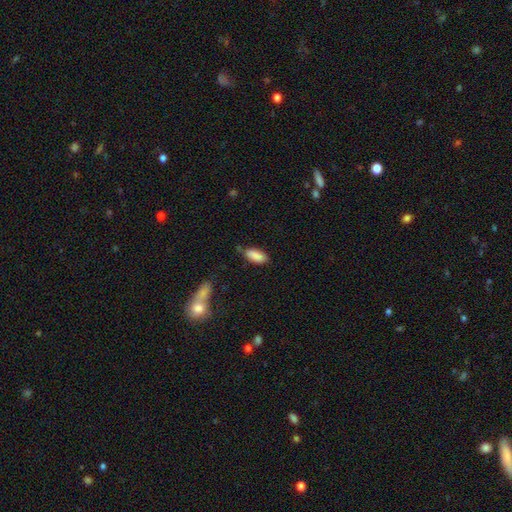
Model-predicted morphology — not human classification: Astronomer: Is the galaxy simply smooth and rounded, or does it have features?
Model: smooth — 88%.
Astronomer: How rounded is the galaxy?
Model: in between — 83%.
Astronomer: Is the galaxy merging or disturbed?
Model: none — 73%.